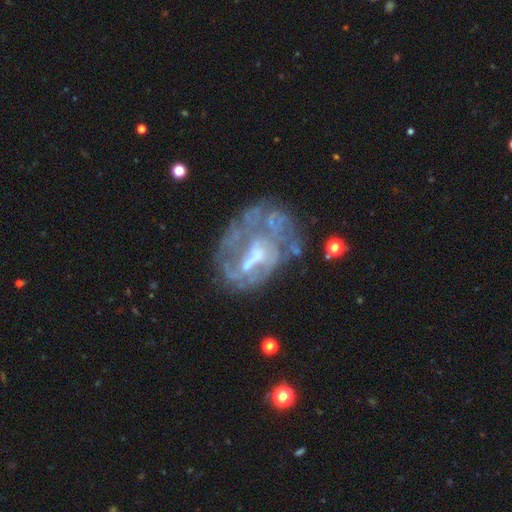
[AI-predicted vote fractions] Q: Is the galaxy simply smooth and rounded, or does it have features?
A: featured or disk — 71%.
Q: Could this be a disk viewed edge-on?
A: no — 97%.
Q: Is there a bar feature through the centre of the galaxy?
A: no — 48%.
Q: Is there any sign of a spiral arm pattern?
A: no — 59%.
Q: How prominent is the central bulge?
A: moderate — 34%.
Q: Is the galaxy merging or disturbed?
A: none — 44%.